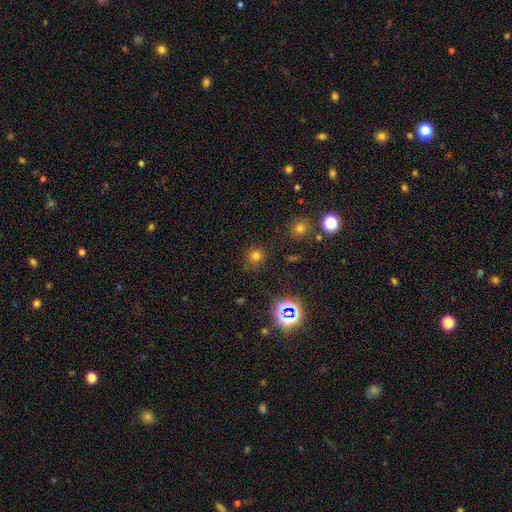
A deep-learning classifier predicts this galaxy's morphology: A smooth galaxy with no disk features (69%) that is round (91%). Merging: none (84%).